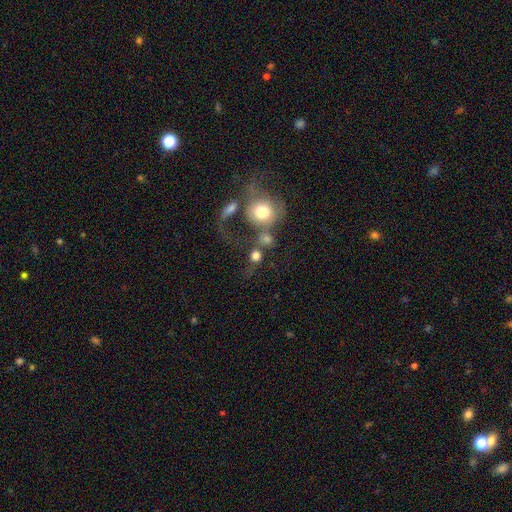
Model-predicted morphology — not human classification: Q: Smooth or featured?
A: smooth (72%); runner-up: featured or disk (16%)
Q: How rounded?
A: round (80%); runner-up: in between (18%)
Q: Merging?
A: none (36%); tied with: merger (36%)